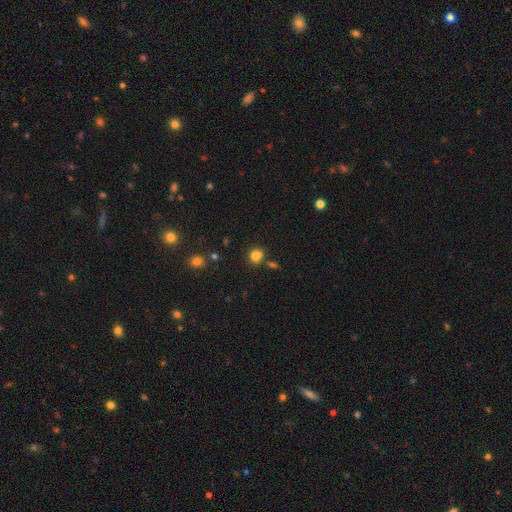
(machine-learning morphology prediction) Smooth or featured?
  - smooth: 79% *
  - star or artifact: 14%
  - featured or disk: 7%
How rounded?
  - round: 77% *
  - in between: 22%
  - cigar-shaped: 1%
Merging?
  - none: 63% *
  - merger: 21%
  - minor disturbance: 13%
  - major disturbance: 4%